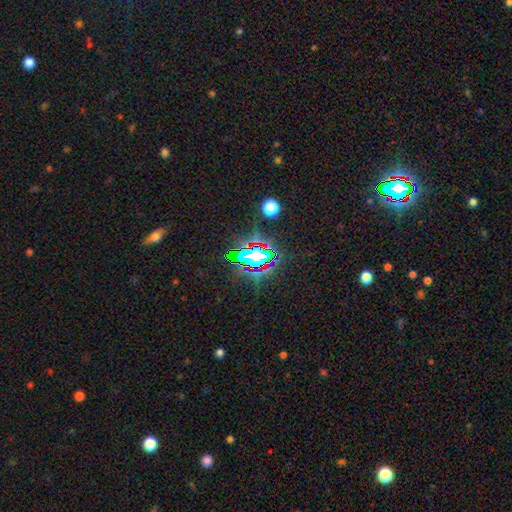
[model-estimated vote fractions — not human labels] Smooth or featured: star or artifact — 74% (smooth — 15%)